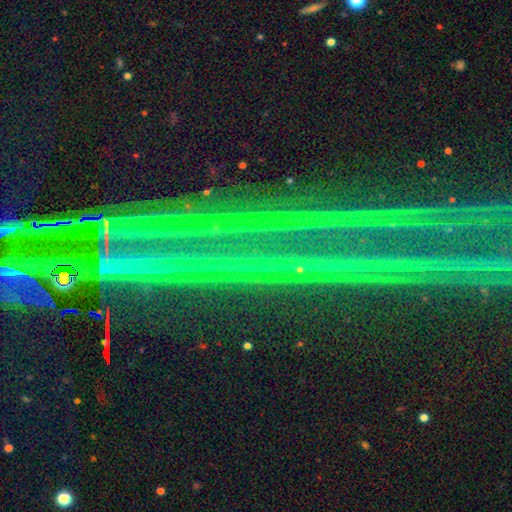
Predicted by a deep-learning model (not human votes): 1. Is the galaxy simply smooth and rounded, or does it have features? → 85% star or artifact, 10% featured or disk, 6% smooth.